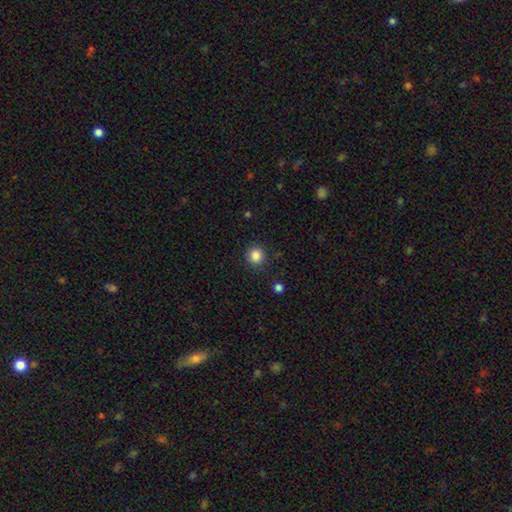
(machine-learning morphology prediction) A smooth galaxy with no disk features (86%) that is round (87%). Merging: none (88%).